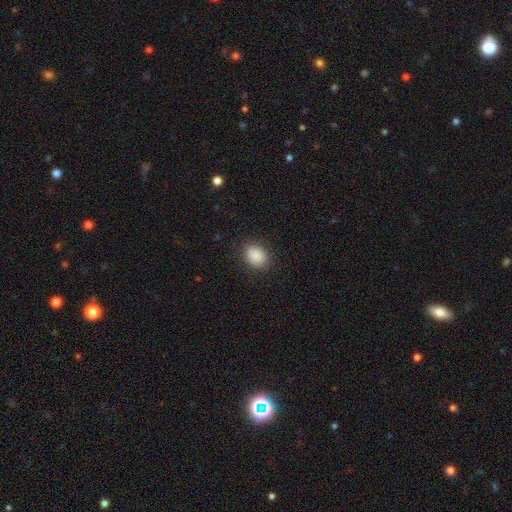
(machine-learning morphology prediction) The model was most divided on "how rounded": round: 56%, in between: 43%, cigar-shaped: 1%. More confident: smooth or featured — smooth (88%); merging — none (87%).